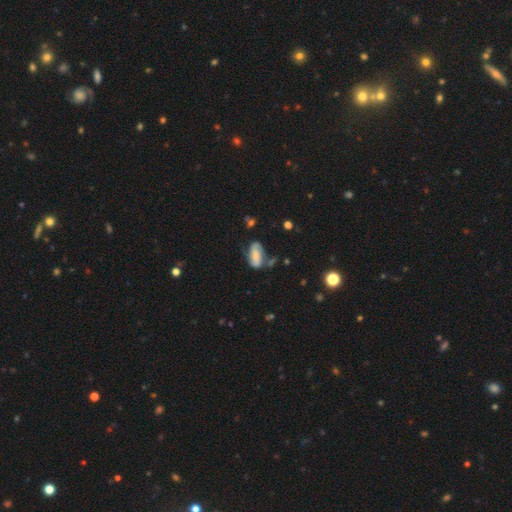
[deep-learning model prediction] featured or disk 54%, smooth 38%, star or artifact 9%. Down the decision tree: edge-on disk — no (94%); bar — no (42%); spiral arms — yes (84%); bulge size — none (32%); merging — none (51%).